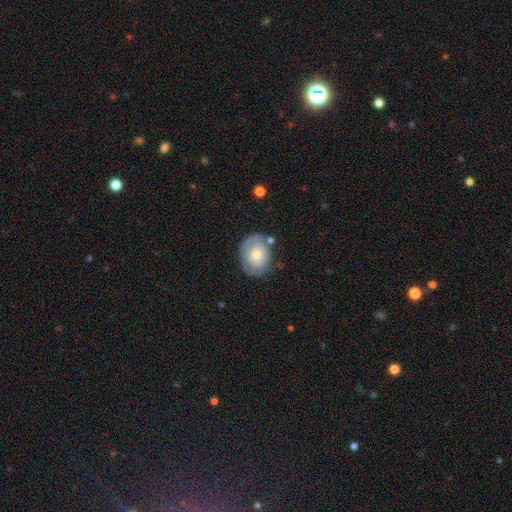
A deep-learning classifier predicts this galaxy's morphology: type=smooth (48%); merging=none (65%).